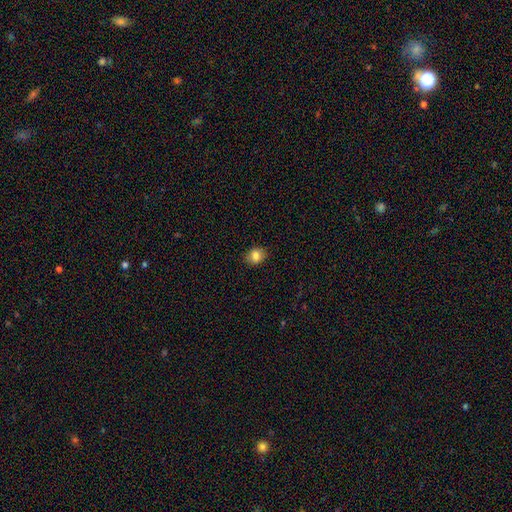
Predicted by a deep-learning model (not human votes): A smooth galaxy with no disk features (83%) that is round (51%).

Vote fractions:
- Smooth or featured? smooth: 83% / star or artifact: 10% / featured or disk: 8%
- How rounded? round: 51% / in between: 48% / cigar-shaped: 1%
- Merging? none: 87% / minor disturbance: 10% / major disturbance: 2% / merger: 1%